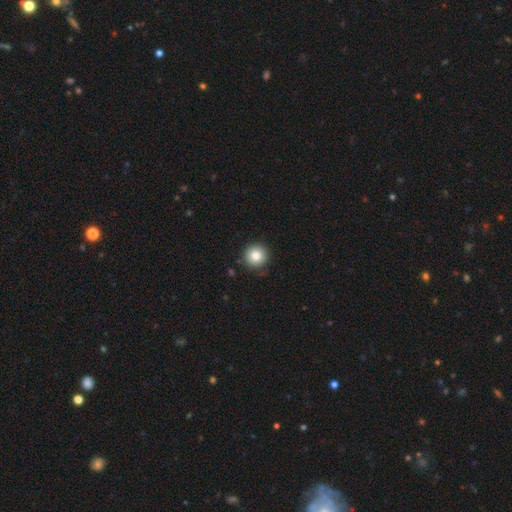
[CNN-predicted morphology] This appears to be a smooth galaxy with no disk features (81%) that is round (95%). Merging: none (88%).